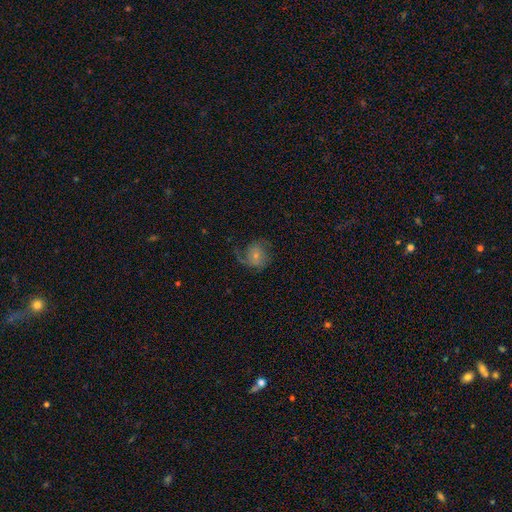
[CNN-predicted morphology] smooth-or-featured: featured or disk: 58% | smooth: 33% | star or artifact: 9%
  disk-edge-on: no: 98% | yes: 2%
    bar: no: 72% | weak: 23% | strong: 5%
    has-spiral-arms: yes: 87% | no: 13%
    bulge-size: small: 67% | moderate: 24% | none: 5% | large: 3% | dominant: 2%
  merging: none: 55% | major disturbance: 22% | minor disturbance: 22% | merger: 2%